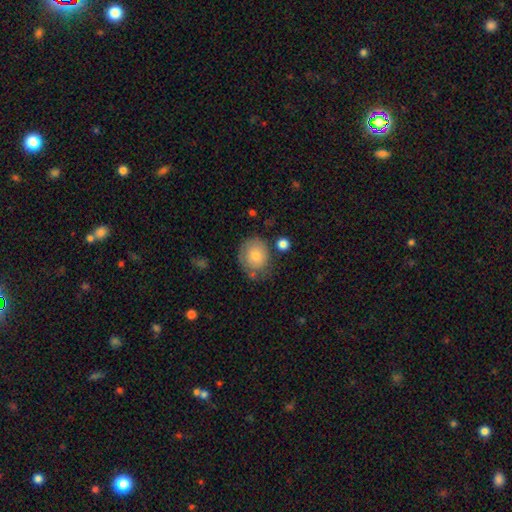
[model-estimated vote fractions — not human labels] Smooth or featured? smooth (76%)
How rounded? round (69%)
Merging? none (60%)